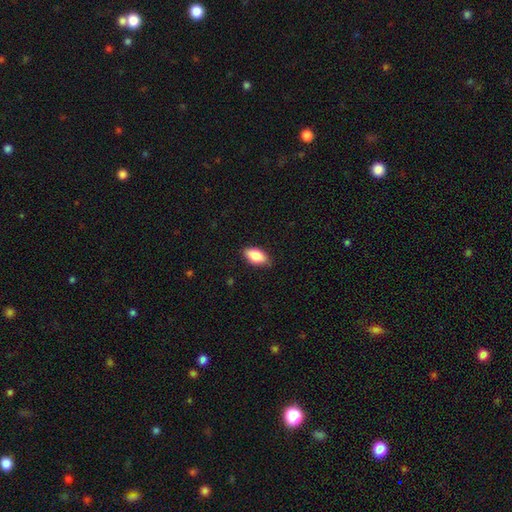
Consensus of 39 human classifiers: smooth 85%, featured or disk 13%, star or artifact 3%. Down the decision tree: how rounded — in between (91%); merging — none (79%).